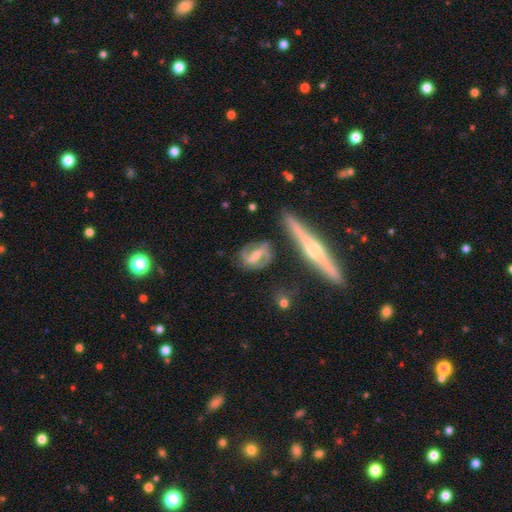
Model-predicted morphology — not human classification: A featured or disk galaxy (76%) with a strong bar (42%), 2 (89%) medium (48%) spiral arms (88%) and a moderate central bulge (36%). Merging: none (71%).